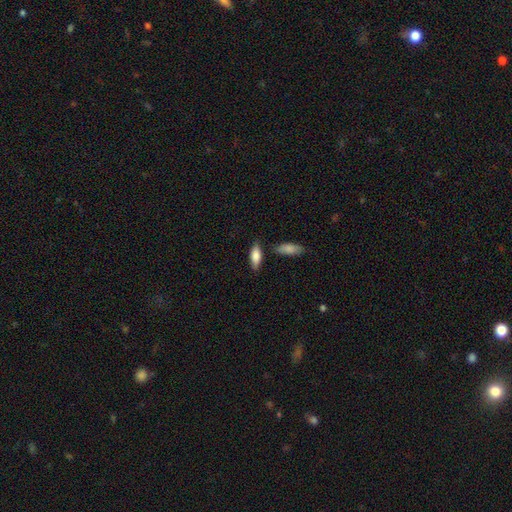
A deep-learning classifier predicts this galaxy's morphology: A smooth galaxy with no disk features (80%) that is in between round and cigar-shaped (74%).

Vote fractions:
- Smooth or featured? smooth: 80% / featured or disk: 14% / star or artifact: 6%
- How rounded? in between: 74% / cigar-shaped: 23% / round: 2%
- Merging? none: 75% / minor disturbance: 15% / merger: 7% / major disturbance: 3%